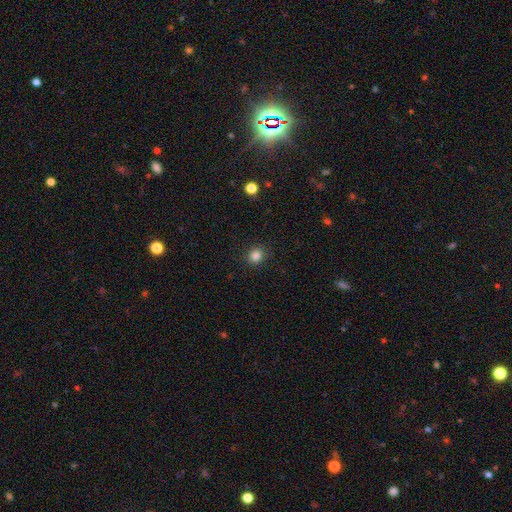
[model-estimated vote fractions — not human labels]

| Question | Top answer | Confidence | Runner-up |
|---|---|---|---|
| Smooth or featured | smooth | 85% | star or artifact (12%) |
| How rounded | round | 81% | in between (18%) |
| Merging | none | 89% | minor disturbance (7%) |